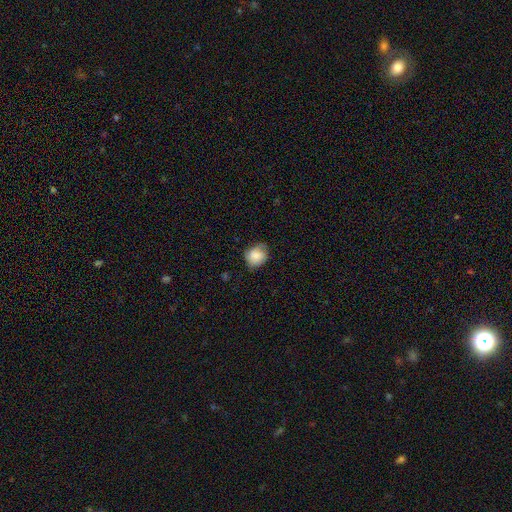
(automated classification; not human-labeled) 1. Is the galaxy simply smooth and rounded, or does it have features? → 80% smooth, 12% featured or disk, 8% star or artifact.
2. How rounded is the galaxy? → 63% round, 36% in between, 1% cigar-shaped.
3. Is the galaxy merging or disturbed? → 64% none, 28% minor disturbance, 7% major disturbance, 1% merger.